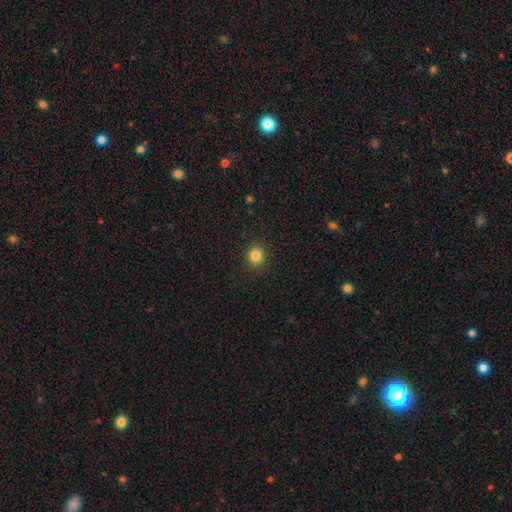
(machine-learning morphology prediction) This appears to be a smooth galaxy with no disk features (84%) that is round (88%). Merging: none (91%).